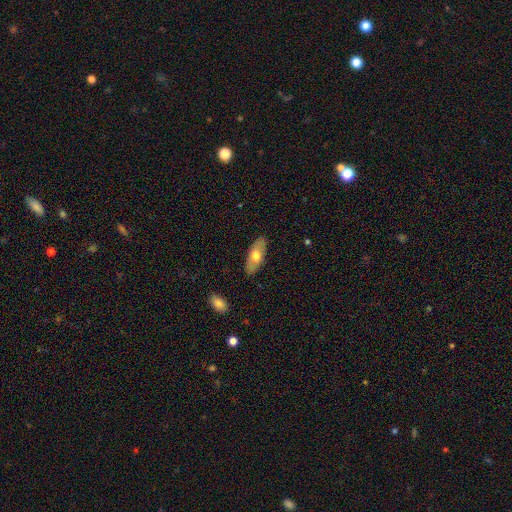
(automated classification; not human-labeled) Overall: smooth (64%; featured or disk 31%). How rounded: in between (82%). Merging: none (87%).